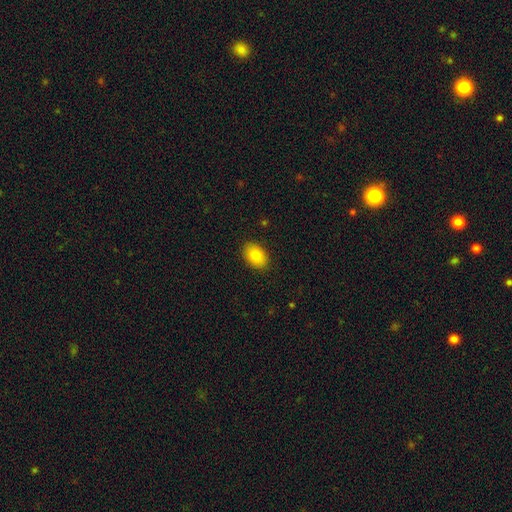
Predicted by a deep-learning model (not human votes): Smooth or featured? smooth (84%)
How rounded? in between (83%)
Merging? none (89%)